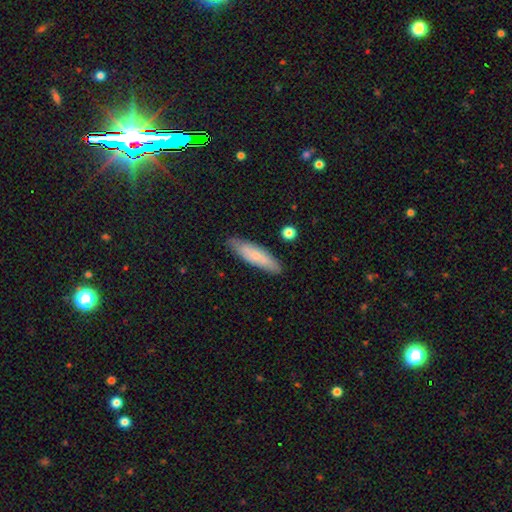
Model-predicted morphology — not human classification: smooth-or-featured: smooth: 73% | featured or disk: 21% | star or artifact: 6%
  how-rounded: cigar-shaped: 70% | in between: 29% | round: 2%
  merging: none: 86% | minor disturbance: 11% | major disturbance: 2% | merger: 1%